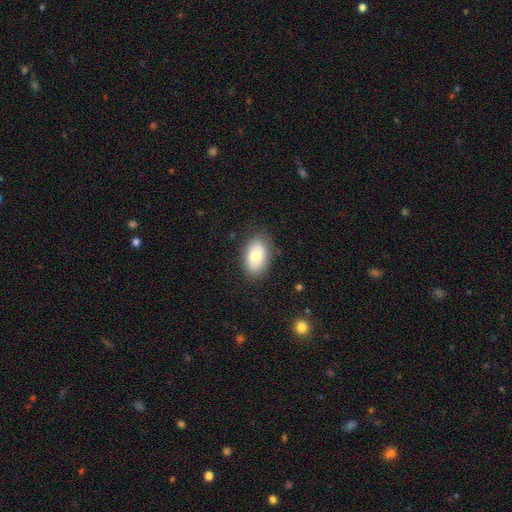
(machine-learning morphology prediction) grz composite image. It shows a smooth galaxy with no disk features (71%) that is in between round and cigar-shaped (91%). Merging: none (82%).